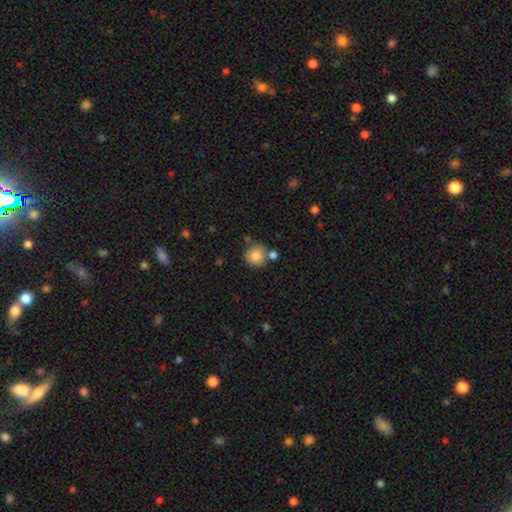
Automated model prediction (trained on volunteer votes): Smooth or featured?
  - smooth: 84% *
  - star or artifact: 9%
  - featured or disk: 7%
How rounded?
  - round: 92% *
  - in between: 7%
  - cigar-shaped: 1%
Merging?
  - none: 71% *
  - merger: 14%
  - minor disturbance: 11%
  - major disturbance: 3%